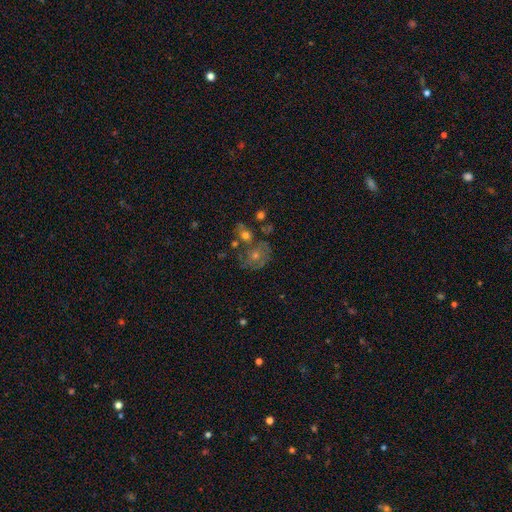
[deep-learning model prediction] A featured or disk galaxy (53%) with no bar (83%), spiral arms (61%) and a moderate central bulge (55%). Merging: none (55%).